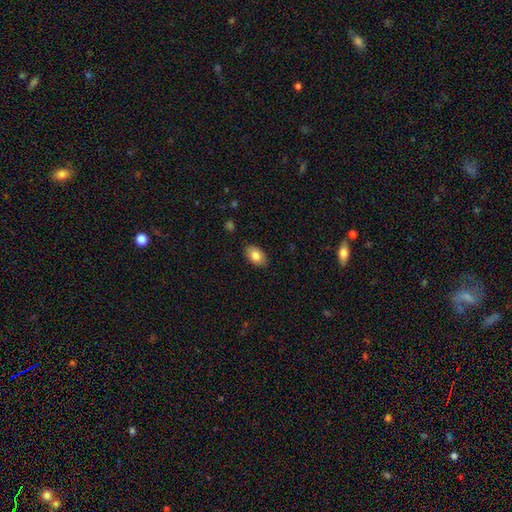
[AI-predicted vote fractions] This is clearly a smooth galaxy (82%). How rounded: clearly in between (88%). Merging: clearly none (87%).